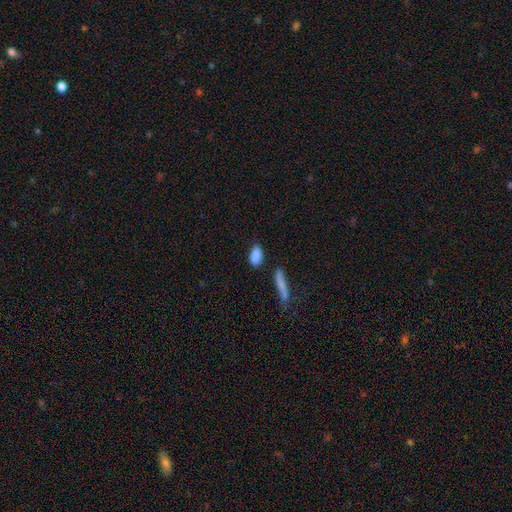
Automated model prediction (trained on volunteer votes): Overall: smooth (87%). How rounded: in between (86%). Merging: none (73%).